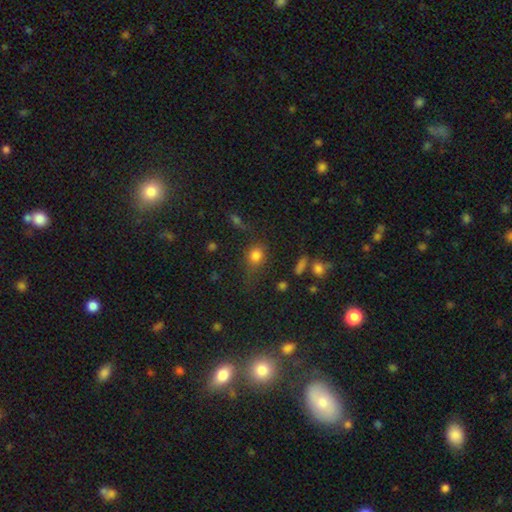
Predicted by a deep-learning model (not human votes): This appears to be a smooth galaxy with no disk features (79%) that is round (63%). Merging: none (62%).